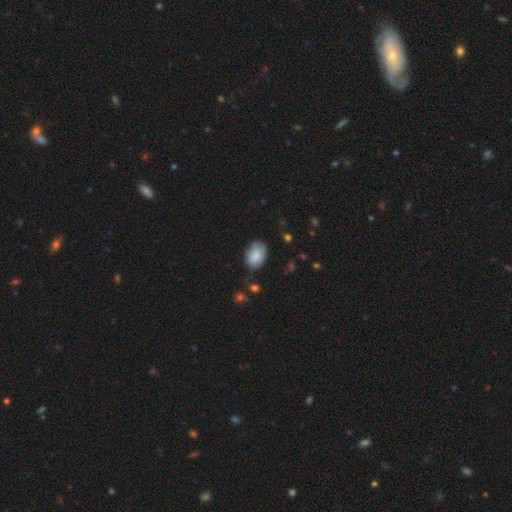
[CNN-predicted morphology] The model was most divided on "merging": none: 69%, minor disturbance: 24%, major disturbance: 5%, merger: 2%. More confident: how rounded — in between (85%); smooth or featured — smooth (82%).